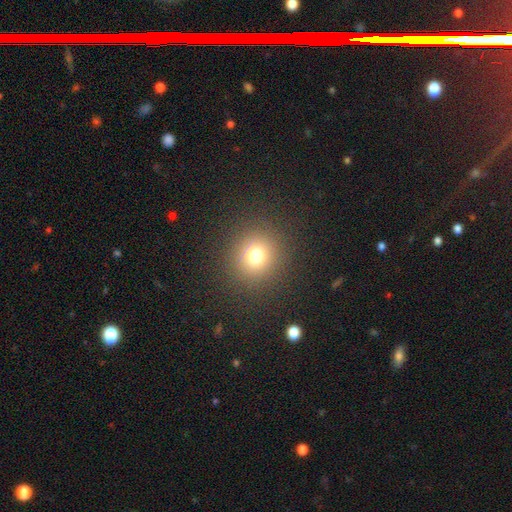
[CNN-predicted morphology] Smooth or featured? Predicted: smooth (p=0.73). How rounded? Predicted: round (p=0.88). Merging? Predicted: none (p=0.88).